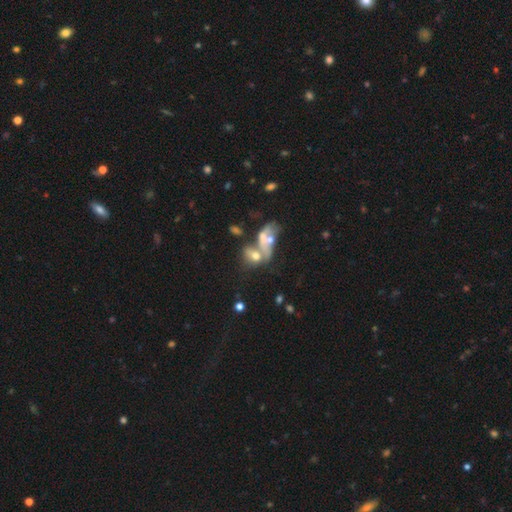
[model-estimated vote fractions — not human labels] Smooth or featured? smooth (50%)
How rounded? in between (68%)
Merging? merger (61%)